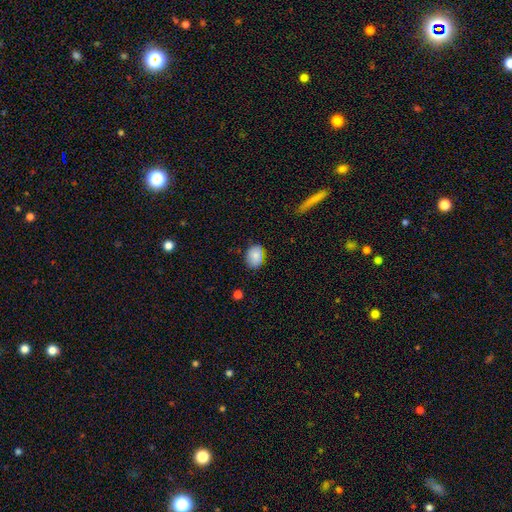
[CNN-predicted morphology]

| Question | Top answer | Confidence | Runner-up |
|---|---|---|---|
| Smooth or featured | smooth | 85% | star or artifact (8%) |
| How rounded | in between | 60% | round (39%) |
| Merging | none | 80% | minor disturbance (16%) |